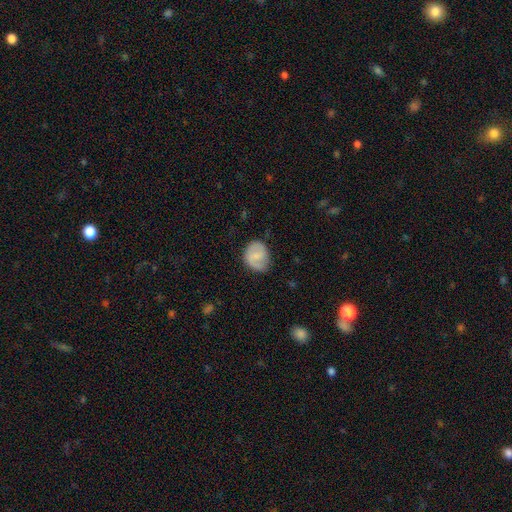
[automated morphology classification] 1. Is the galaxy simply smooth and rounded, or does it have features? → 51% smooth, 42% featured or disk, 7% star or artifact.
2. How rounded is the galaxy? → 59% round, 40% in between, 1% cigar-shaped.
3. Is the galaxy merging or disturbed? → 69% none, 22% minor disturbance, 7% major disturbance, 1% merger.